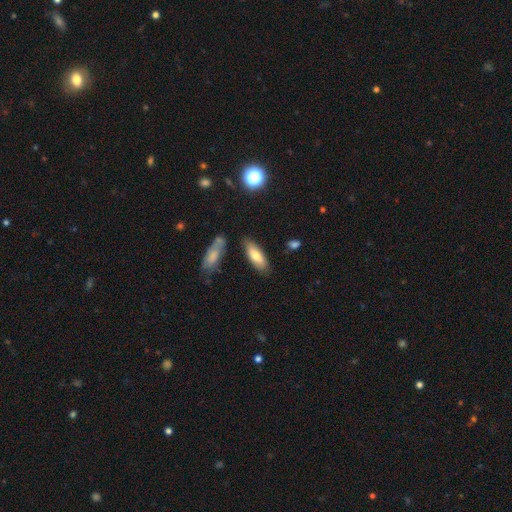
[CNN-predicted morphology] Overall: smooth (72%). How rounded: in between (64%; cigar-shaped 34%). Merging: none (76%).